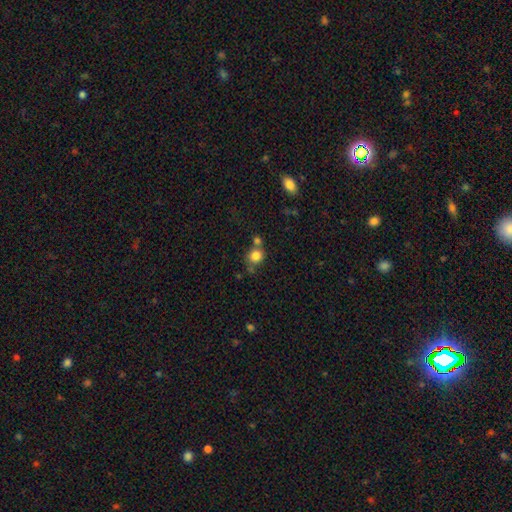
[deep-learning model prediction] Overall: smooth (83%). How rounded: round (83%). Merging: none (58%; merger 26%).